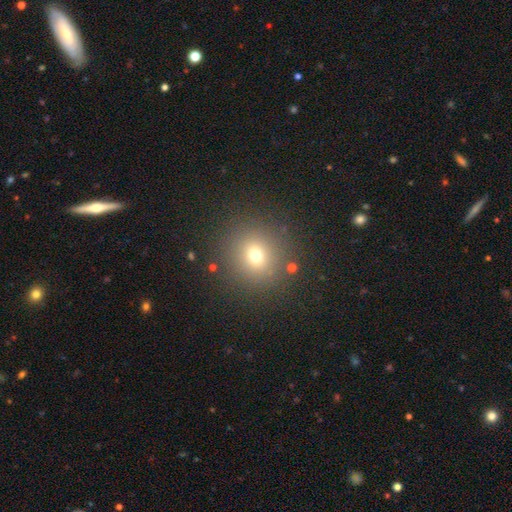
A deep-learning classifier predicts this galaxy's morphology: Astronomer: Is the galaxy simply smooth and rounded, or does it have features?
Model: smooth — 69%.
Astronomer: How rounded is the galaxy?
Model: round — 90%.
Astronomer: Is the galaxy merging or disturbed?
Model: none — 87%.